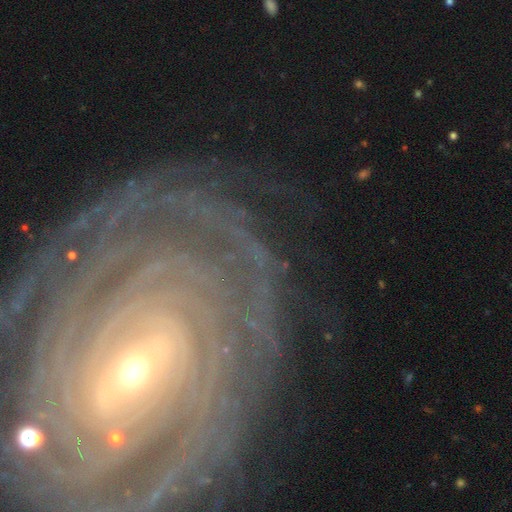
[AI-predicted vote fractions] The model was most divided on "spiral arm count": can't tell: 28%, more than 4: 20%, 4: 15%, 2: 14%, 3: 13%, 1: 10%. Remaining: spiral arms — yes (95%); edge-on disk — no (95%); spiral winding — tight (85%); smooth or featured — featured or disk (82%); merging — none (78%); bulge size — small (69%); bar — no (44%).